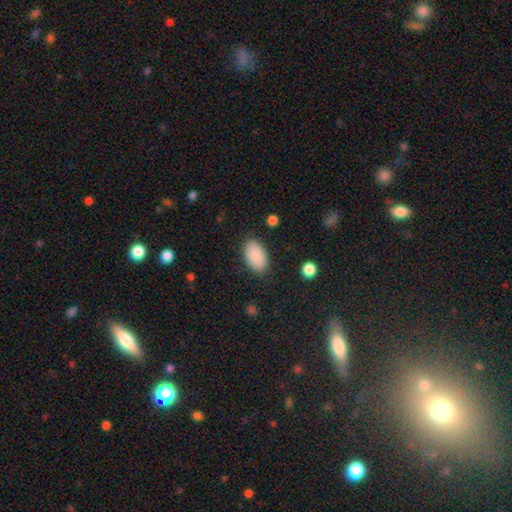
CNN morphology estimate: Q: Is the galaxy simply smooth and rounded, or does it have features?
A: smooth — 90%.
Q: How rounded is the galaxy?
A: in between — 94%.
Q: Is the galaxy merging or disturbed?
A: none — 87%.